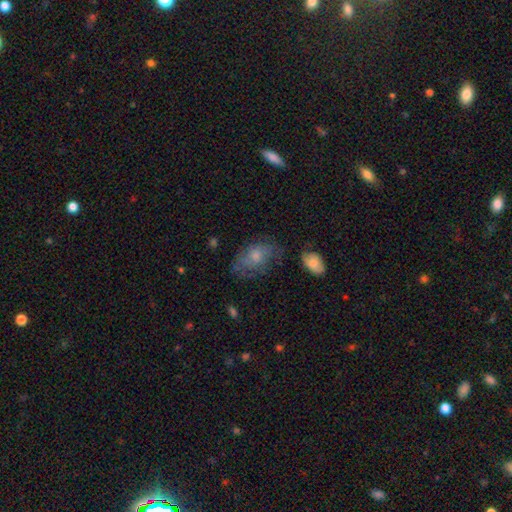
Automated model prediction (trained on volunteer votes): smooth-or-featured: smooth: 47% | featured or disk: 41% | star or artifact: 12%
  merging: none: 59% | minor disturbance: 25% | major disturbance: 13% | merger: 3%